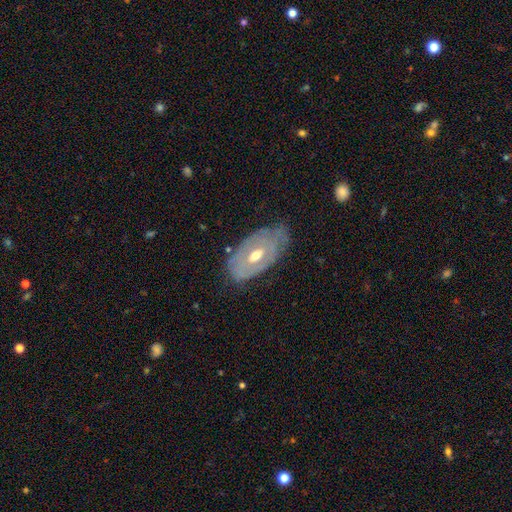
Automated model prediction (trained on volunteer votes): Morphology: type=featured or disk (68%); edge-on=no (89%); bar=no (53%); spiral arms=no (52%); bulge=moderate (71%); merging=none (64%).